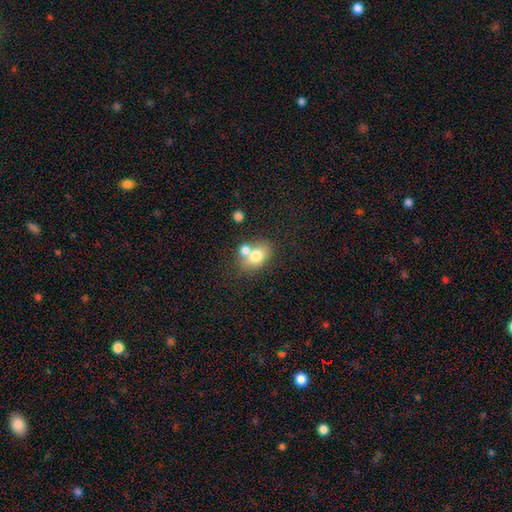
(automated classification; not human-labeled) This is likely a smooth galaxy (74%). How rounded: likely in between (67%). Merging: marginally merger (42%, tied with none).